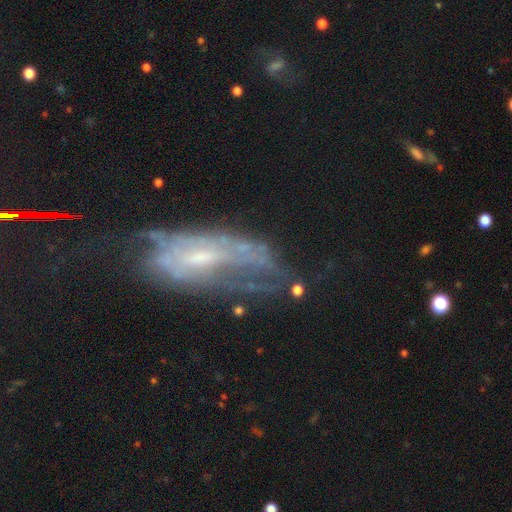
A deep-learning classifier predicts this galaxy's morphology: A featured or disk galaxy (70%) with no bar (47%), spiral arms (55%) and a small central bulge (46%). Merging: none (44%).